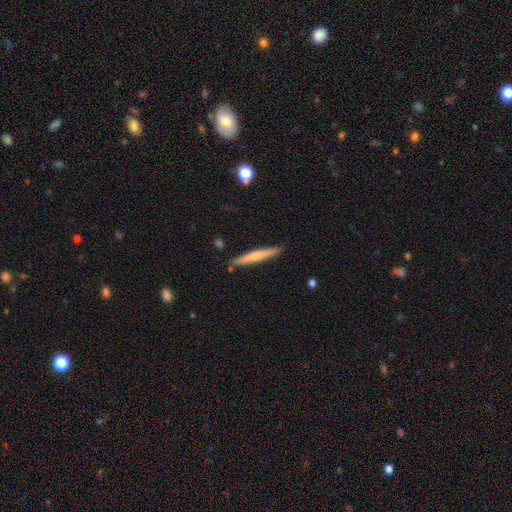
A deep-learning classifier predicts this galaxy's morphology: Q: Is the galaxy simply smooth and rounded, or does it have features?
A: smooth — 60%.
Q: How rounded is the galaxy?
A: cigar-shaped — 95%.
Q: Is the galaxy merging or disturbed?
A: none — 87%.